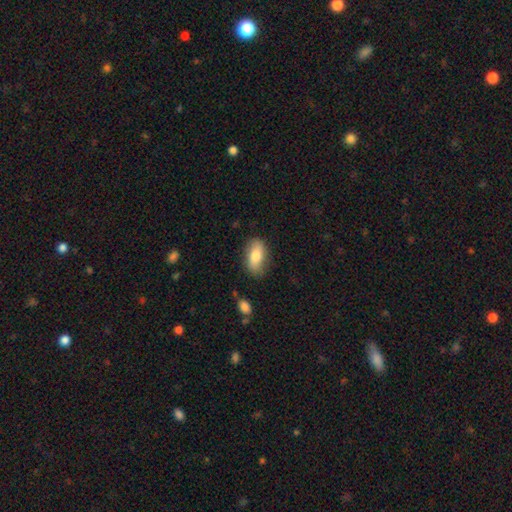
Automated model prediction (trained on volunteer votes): A smooth galaxy with no disk features (76%) that is in between round and cigar-shaped (88%).

Vote fractions:
- Smooth or featured? smooth: 76% / featured or disk: 18% / star or artifact: 6%
- How rounded? in between: 88% / cigar-shaped: 7% / round: 5%
- Merging? none: 79% / minor disturbance: 16% / major disturbance: 4% / merger: 2%